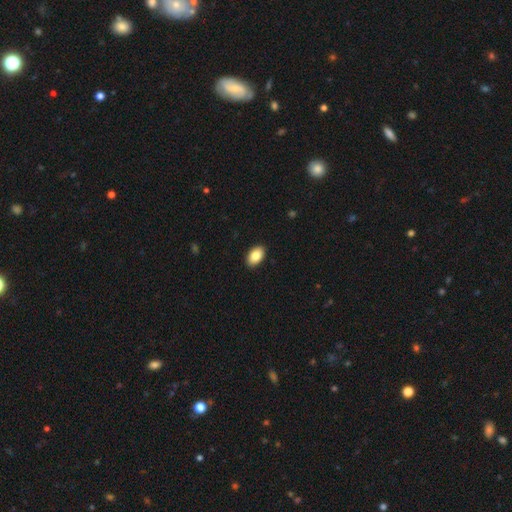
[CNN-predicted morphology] Smooth or featured: smooth — 85% (featured or disk — 8%)
How rounded: in between — 92% (round — 7%)
Merging: none — 91% (minor disturbance — 7%)